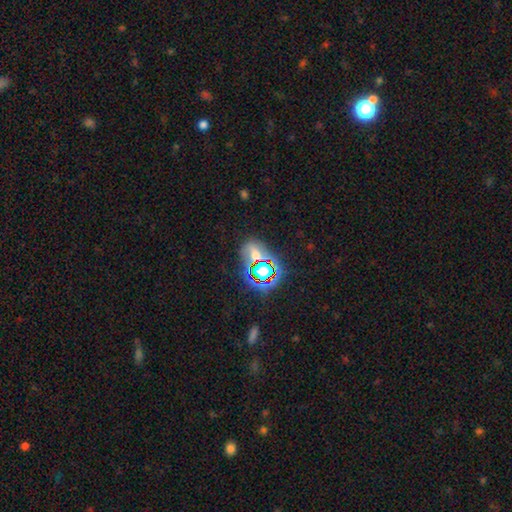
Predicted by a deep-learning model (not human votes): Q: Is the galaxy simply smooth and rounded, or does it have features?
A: star or artifact — 61%.